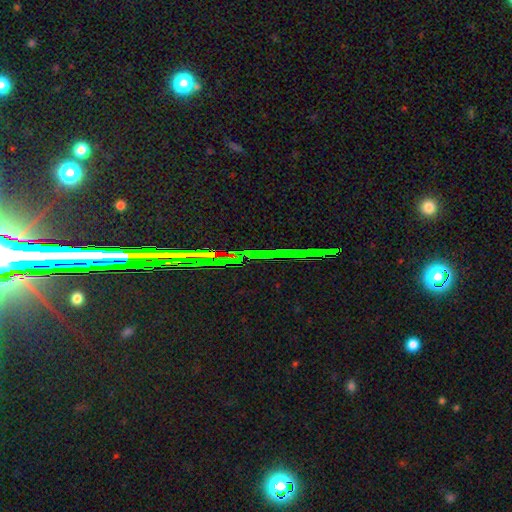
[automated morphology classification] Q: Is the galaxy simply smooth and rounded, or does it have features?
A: star or artifact — 79%.